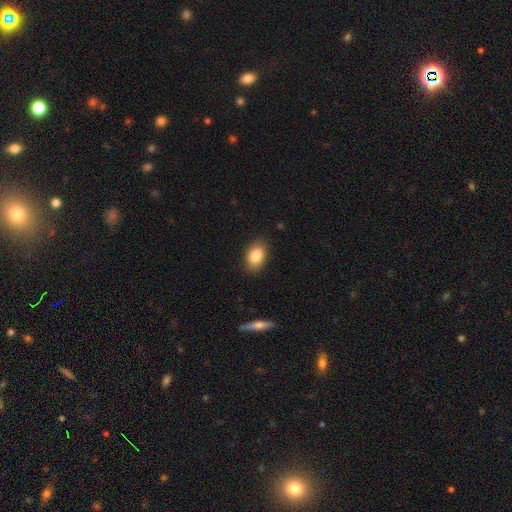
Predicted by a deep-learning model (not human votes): Smooth or featured? smooth (84%)
How rounded? in between (88%)
Merging? none (86%)